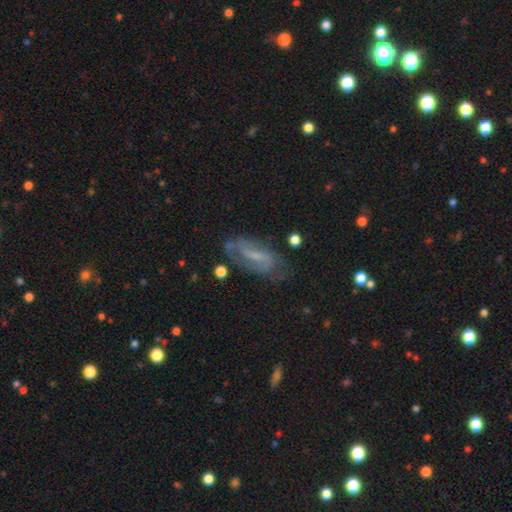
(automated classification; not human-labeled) smooth_or_featured: featured or disk (p=0.66) [alt: smooth p=0.24]
disk_edge_on: no (p=0.90) [alt: yes p=0.10]
bar: weak (p=0.48) [alt: no p=0.28]
has_spiral_arms: yes (p=0.81) [alt: no p=0.19]
bulge_size: small (p=0.51) [alt: none p=0.23]
merging: none (p=0.65) [alt: minor disturbance p=0.21]